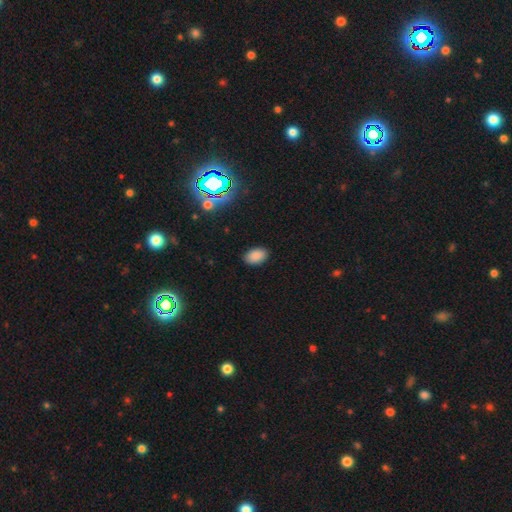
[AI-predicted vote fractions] A smooth galaxy with no disk features (87%) that is in between round and cigar-shaped (90%). Merging: none (89%).